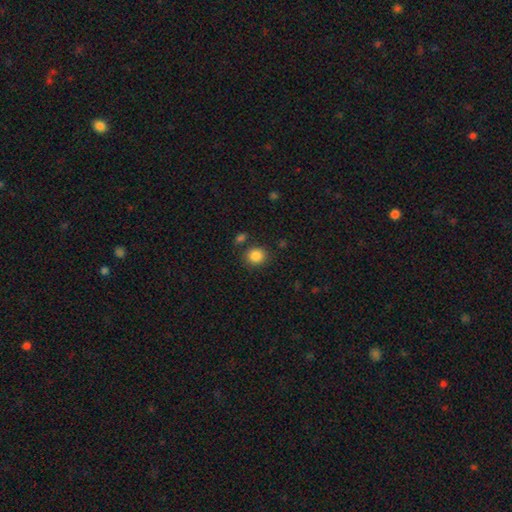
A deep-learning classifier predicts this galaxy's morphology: smooth_or_featured: smooth (p=0.86) [alt: star or artifact p=0.10]
how_rounded: round (p=0.79) [alt: in between p=0.20]
merging: none (p=0.81) [alt: minor disturbance p=0.10]